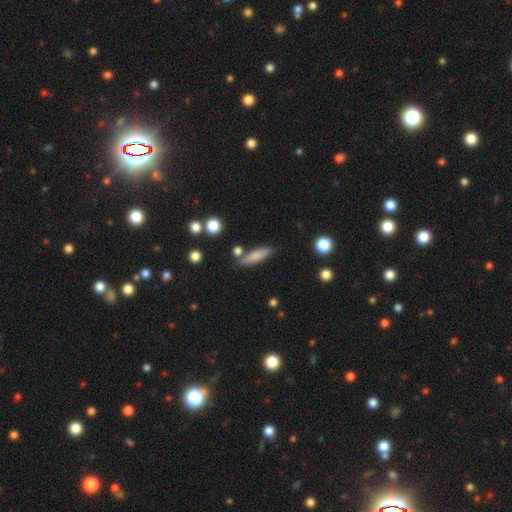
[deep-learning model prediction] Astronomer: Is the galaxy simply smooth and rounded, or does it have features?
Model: smooth — 77%.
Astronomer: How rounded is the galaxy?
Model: cigar-shaped — 60% (runner-up: in between, 37%).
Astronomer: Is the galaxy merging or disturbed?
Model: none — 76%.